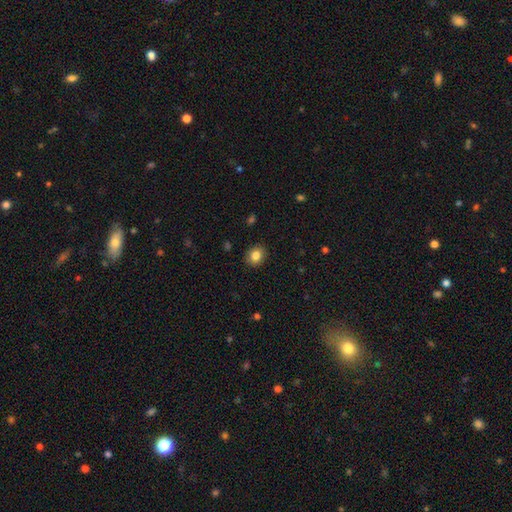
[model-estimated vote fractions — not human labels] Overall: smooth (83%). How rounded: round (59%; in between 40%). Merging: none (89%).